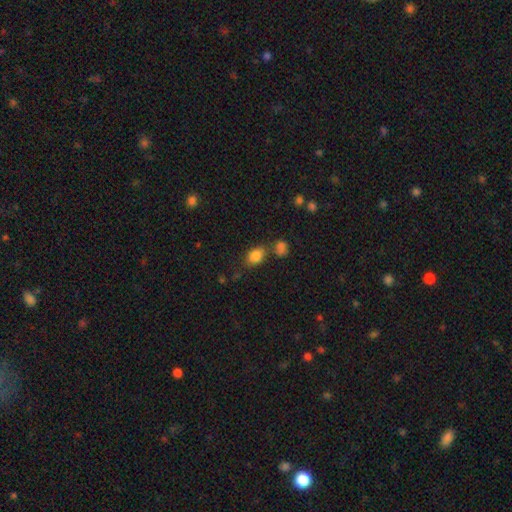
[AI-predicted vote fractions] This is clearly a smooth galaxy (84%). How rounded: likely in between (75%). Merging: likely none (64%).